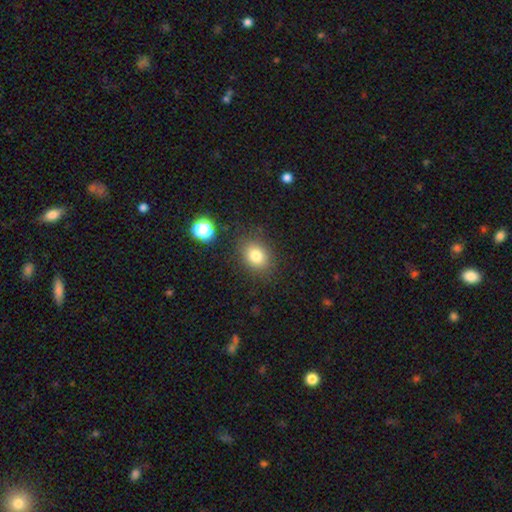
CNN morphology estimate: The model was most divided on "how rounded": round: 52%, in between: 47%, cigar-shaped: 1%. More confident: merging — none (84%); smooth or featured — smooth (79%).